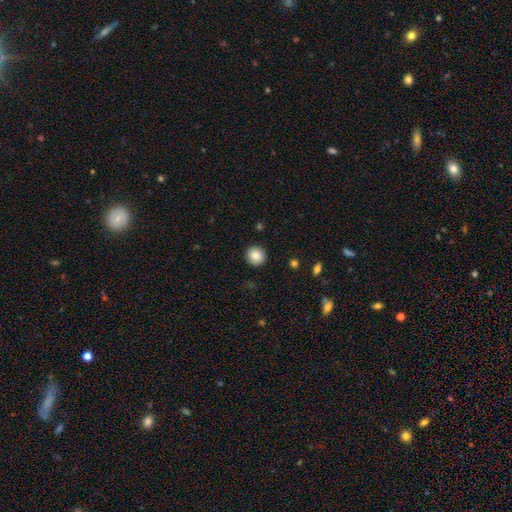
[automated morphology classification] This appears to be a smooth galaxy with no disk features (86%) that is round (92%). Merging: none (92%).